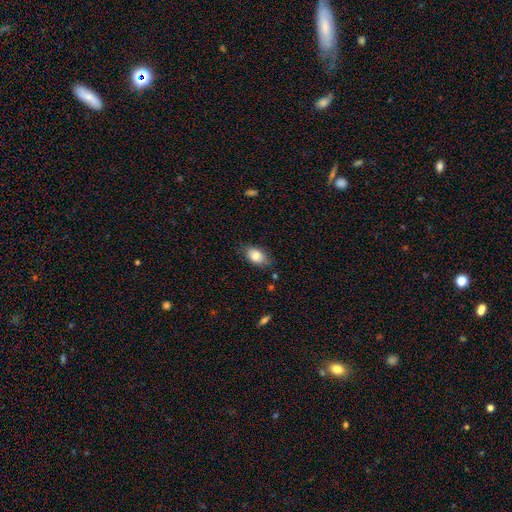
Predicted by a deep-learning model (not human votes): smooth_or_featured: smooth (p=0.81) [alt: featured or disk p=0.11]
how_rounded: in between (p=0.89) [alt: round p=0.09]
merging: none (p=0.75) [alt: minor disturbance p=0.20]